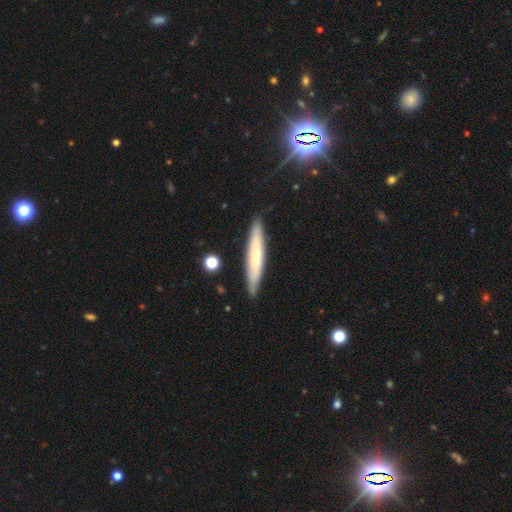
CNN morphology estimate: A smooth galaxy with no disk features (53%) that is cigar-shaped (91%). Merging: none (86%).